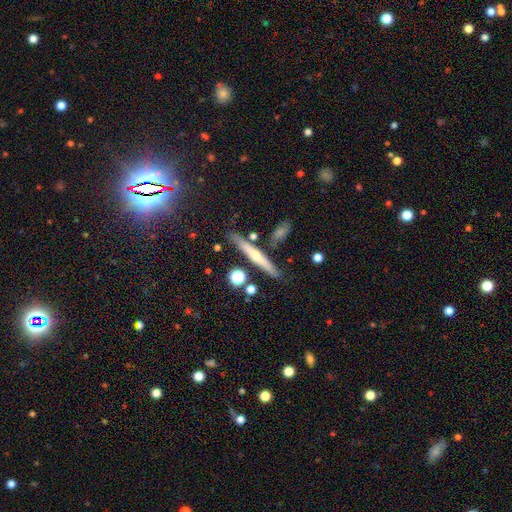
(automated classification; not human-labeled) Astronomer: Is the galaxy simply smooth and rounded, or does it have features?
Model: featured or disk — 56% (runner-up: smooth, 36%).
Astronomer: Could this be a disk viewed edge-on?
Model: yes — 94%.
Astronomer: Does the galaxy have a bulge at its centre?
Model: rounded — 74%.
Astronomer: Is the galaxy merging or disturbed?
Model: none — 81%.